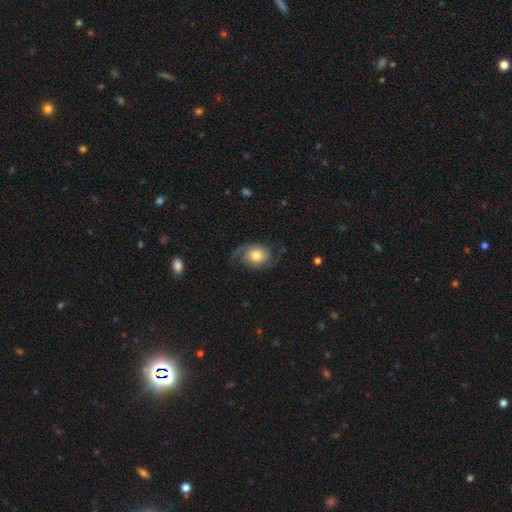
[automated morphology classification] Smooth or featured: featured or disk — 68% (smooth — 25%)
Edge-on disk: no — 97% (yes — 3%)
Bar: no — 76% (weak — 20%)
Spiral arms: yes — 93% (no — 7%)
Spiral winding: loose — 50% (medium — 35%)
Spiral arm count: 2 — 79% (1 — 13%)
Bulge size: moderate — 59% (small — 21%)
Merging: none — 65% (minor disturbance — 18%)